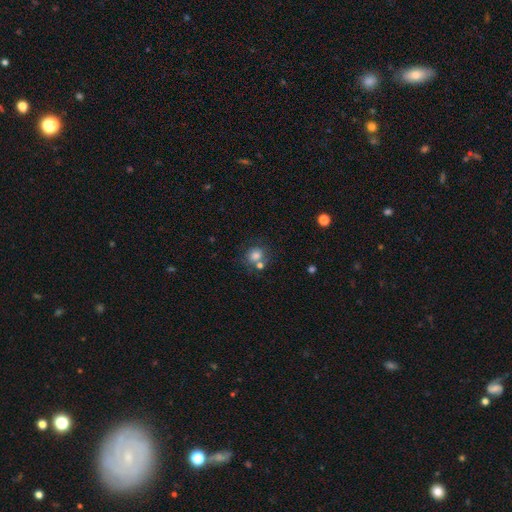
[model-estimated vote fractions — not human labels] This is likely a smooth galaxy (78%). How rounded: likely round (75%). Merging: possibly none (57%).